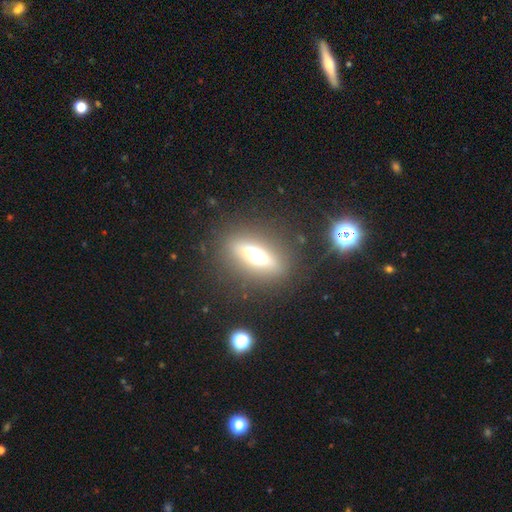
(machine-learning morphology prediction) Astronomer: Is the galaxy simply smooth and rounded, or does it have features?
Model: smooth — 44% (runner-up: featured or disk, 41%).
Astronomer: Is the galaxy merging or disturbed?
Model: none — 84%.